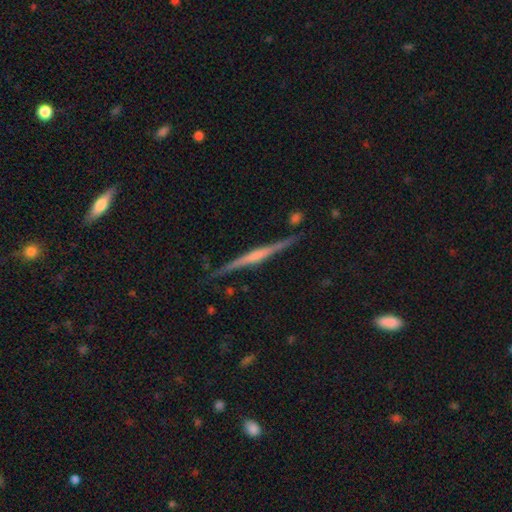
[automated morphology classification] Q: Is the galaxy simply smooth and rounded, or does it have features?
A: featured or disk — 79%.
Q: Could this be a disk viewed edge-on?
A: yes — 98%.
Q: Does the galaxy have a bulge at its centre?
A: rounded — 66%.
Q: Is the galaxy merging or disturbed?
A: none — 87%.